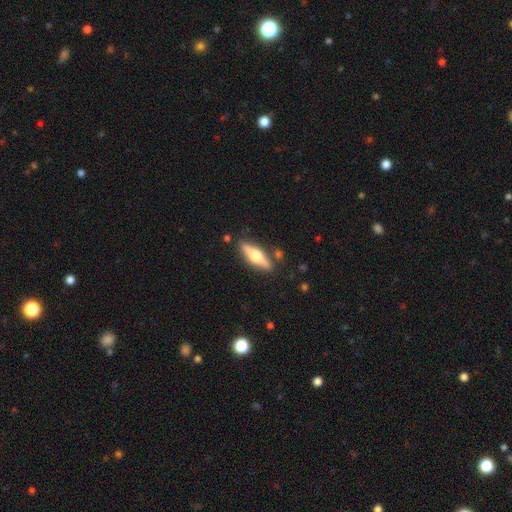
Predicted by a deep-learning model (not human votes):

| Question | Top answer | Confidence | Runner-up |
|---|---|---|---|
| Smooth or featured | featured or disk | 59% | smooth (35%) |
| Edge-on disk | yes | 94% | no (6%) |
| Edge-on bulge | rounded | 95% | boxy (3%) |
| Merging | none | 85% | minor disturbance (10%) |